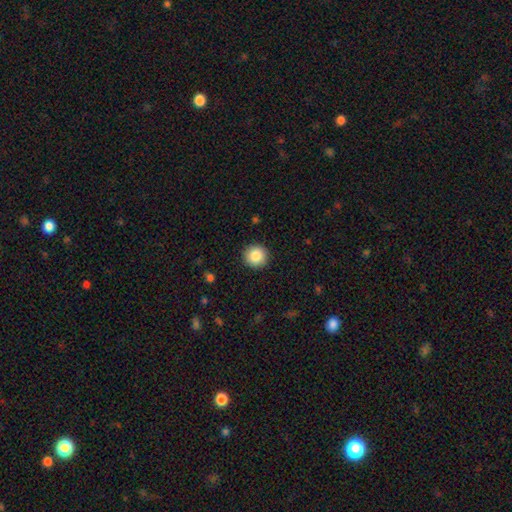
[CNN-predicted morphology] A smooth galaxy with no disk features (87%) that is round (94%). Merging: none (92%).